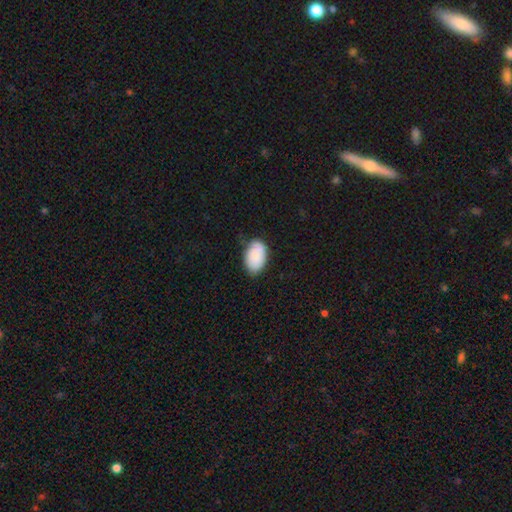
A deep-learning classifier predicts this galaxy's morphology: Smooth or featured: smooth — 87% (featured or disk — 7%)
How rounded: in between — 93% (round — 6%)
Merging: none — 76% (minor disturbance — 19%)